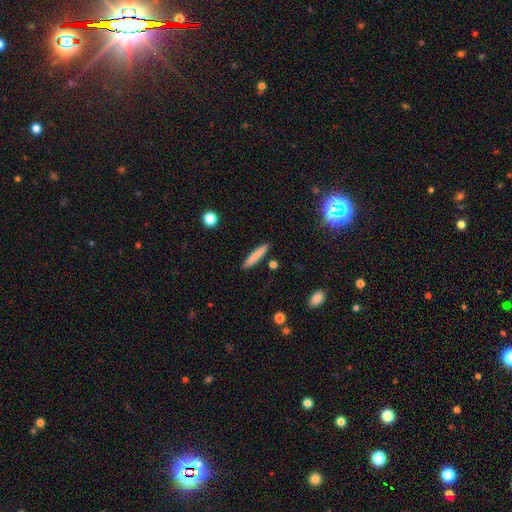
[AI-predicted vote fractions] Overall: smooth (80%). How rounded: cigar-shaped (92%). Merging: none (89%).